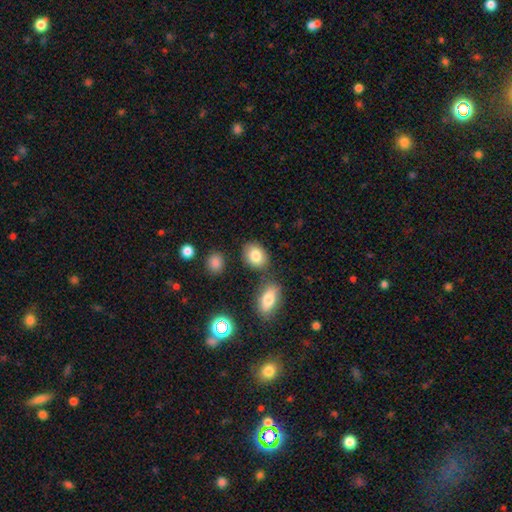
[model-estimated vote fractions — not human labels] Smooth or featured? smooth (83%)
How rounded? in between (63%)
Merging? none (76%)